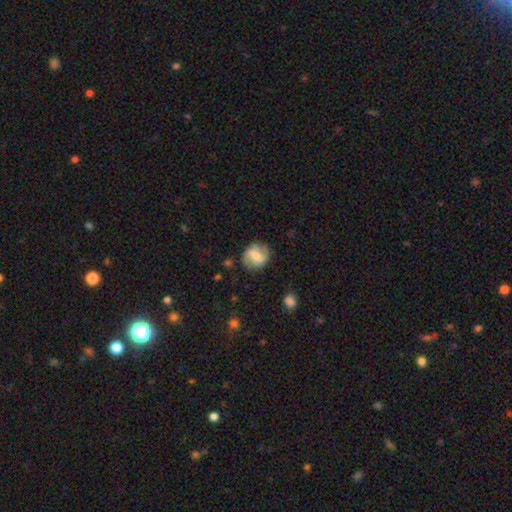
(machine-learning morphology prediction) A featured or disk galaxy (46%, tied with smooth). Merging: none (74%).